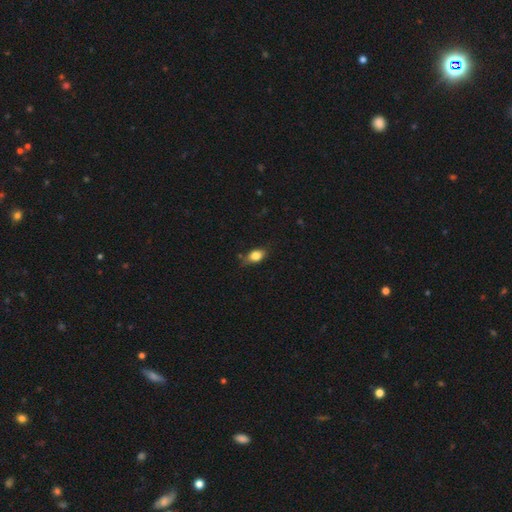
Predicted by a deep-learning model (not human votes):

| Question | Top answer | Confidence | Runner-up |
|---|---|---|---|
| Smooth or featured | smooth | 80% | featured or disk (11%) |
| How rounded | in between | 79% | round (17%) |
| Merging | none | 69% | minor disturbance (25%) |